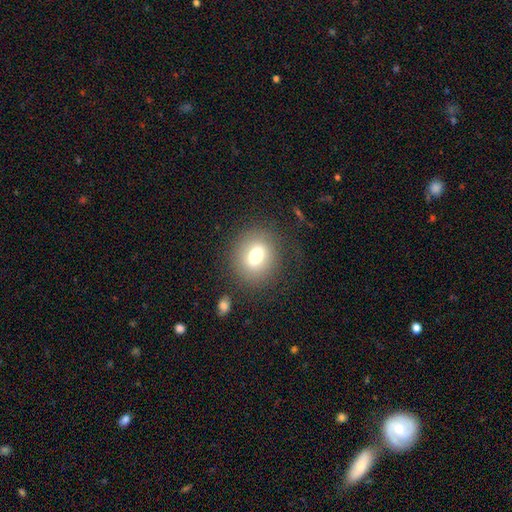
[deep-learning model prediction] smooth_or_featured: smooth (p=0.71) [alt: featured or disk p=0.18]
how_rounded: round (p=0.68) [alt: in between p=0.31]
merging: none (p=0.78) [alt: minor disturbance p=0.12]